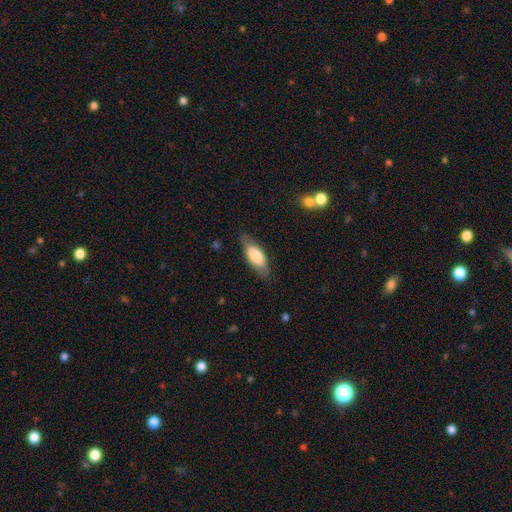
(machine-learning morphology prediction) This is likely a smooth galaxy (74%). How rounded: likely in between (74%). Merging: likely none (79%).